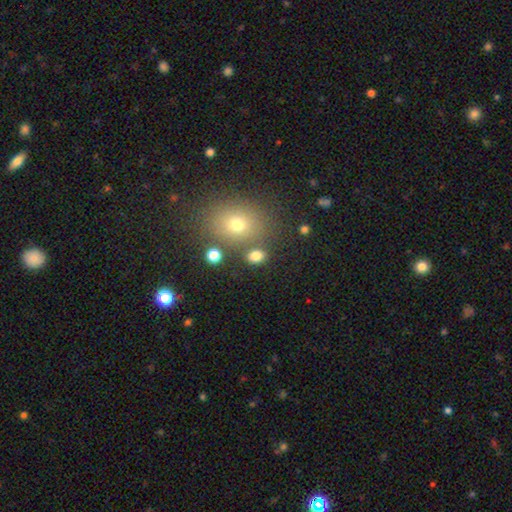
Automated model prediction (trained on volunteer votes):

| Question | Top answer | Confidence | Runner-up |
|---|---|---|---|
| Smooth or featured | smooth | 77% | star or artifact (15%) |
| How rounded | in between | 57% | round (41%) |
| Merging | none | 71% | merger (12%) |